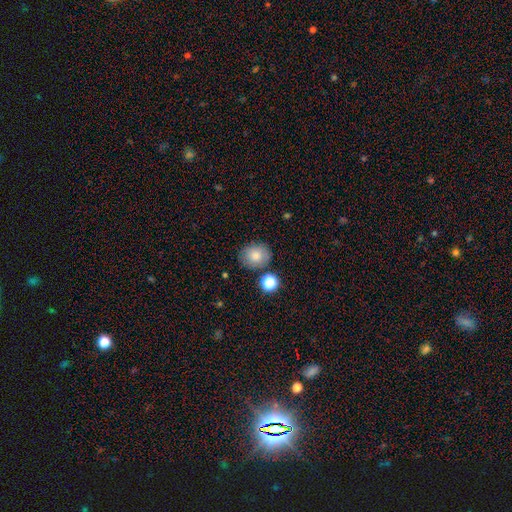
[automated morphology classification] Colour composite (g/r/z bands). It shows a smooth galaxy with no disk features (81%) that is round (61%). Merging: none (77%).